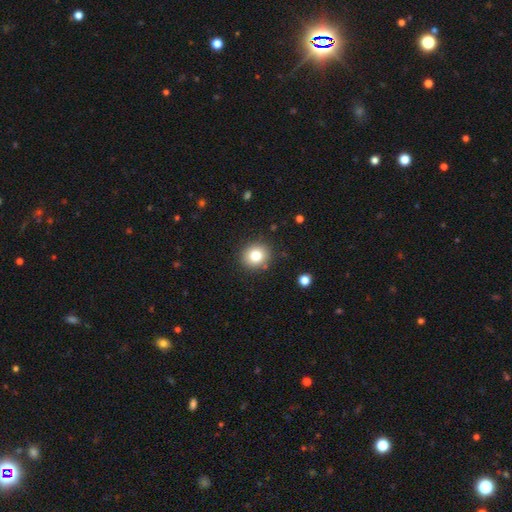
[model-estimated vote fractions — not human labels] A smooth galaxy with no disk features (79%) that is round (85%). Merging: none (88%).